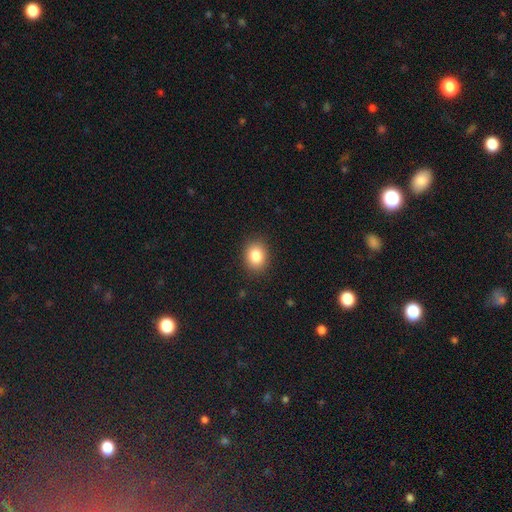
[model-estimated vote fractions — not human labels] A smooth galaxy with no disk features (84%) that is round (55%).

Vote fractions:
- Smooth or featured? smooth: 84% / star or artifact: 10% / featured or disk: 7%
- How rounded? round: 55% / in between: 44% / cigar-shaped: 1%
- Merging? none: 88% / minor disturbance: 8% / major disturbance: 3% / merger: 1%